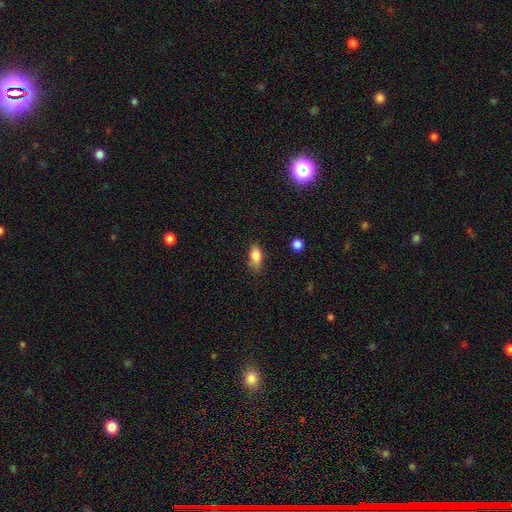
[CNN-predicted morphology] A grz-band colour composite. It shows a smooth galaxy with no disk features (83%) that is in between round and cigar-shaped (85%). Merging: none (66%).